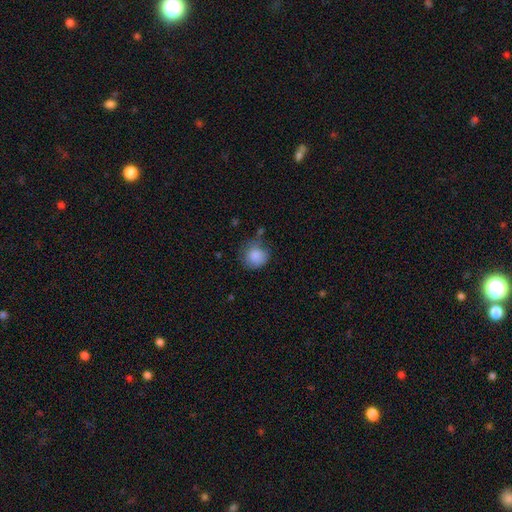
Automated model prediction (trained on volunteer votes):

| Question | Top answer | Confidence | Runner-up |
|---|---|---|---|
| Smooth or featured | smooth | 86% | star or artifact (8%) |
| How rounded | round | 86% | in between (13%) |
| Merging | none | 61% | minor disturbance (27%) |